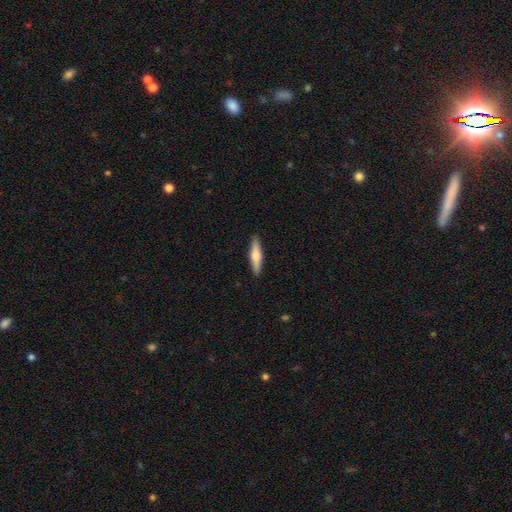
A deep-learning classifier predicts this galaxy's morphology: type=smooth (59%); roundness=cigar-shaped (82%); merging=none (90%).